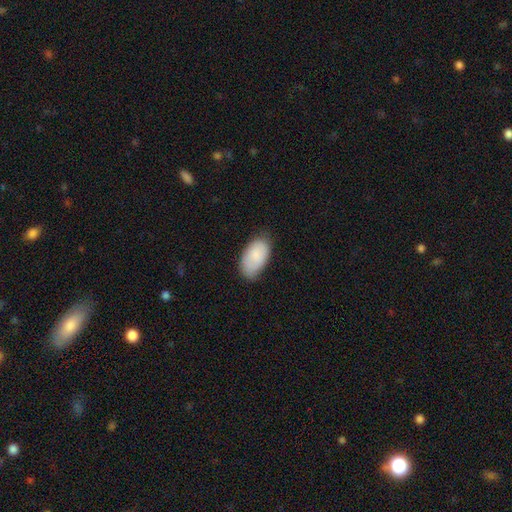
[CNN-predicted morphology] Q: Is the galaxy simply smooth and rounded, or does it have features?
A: smooth — 85%.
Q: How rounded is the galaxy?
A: in between — 95%.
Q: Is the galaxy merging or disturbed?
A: none — 70%.